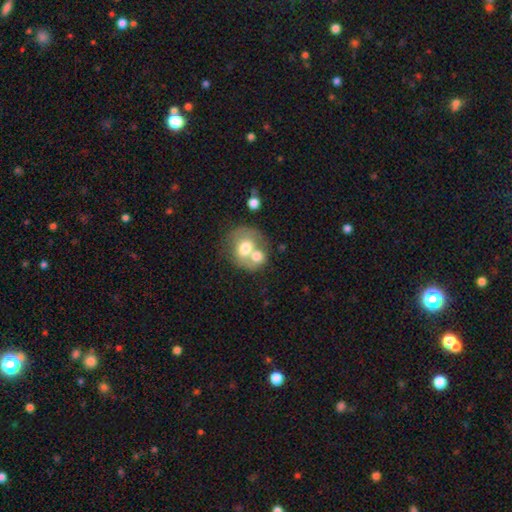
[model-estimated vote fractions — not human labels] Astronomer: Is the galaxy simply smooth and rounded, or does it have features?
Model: smooth — 48% (runner-up: featured or disk, 36%).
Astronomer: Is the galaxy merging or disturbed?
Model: merger — 48% (runner-up: none, 38%).